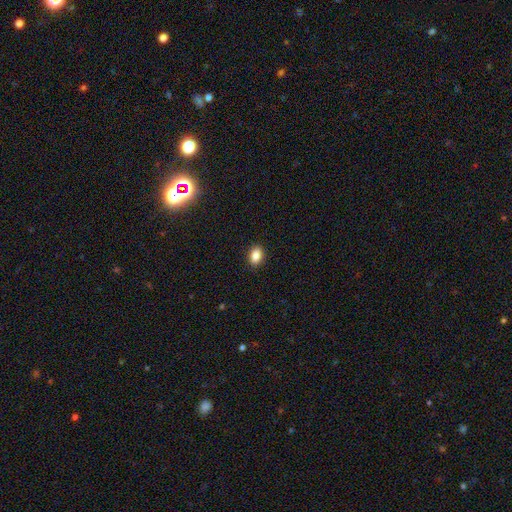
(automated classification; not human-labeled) Overall: smooth (87%). How rounded: in between (79%). Merging: none (90%).